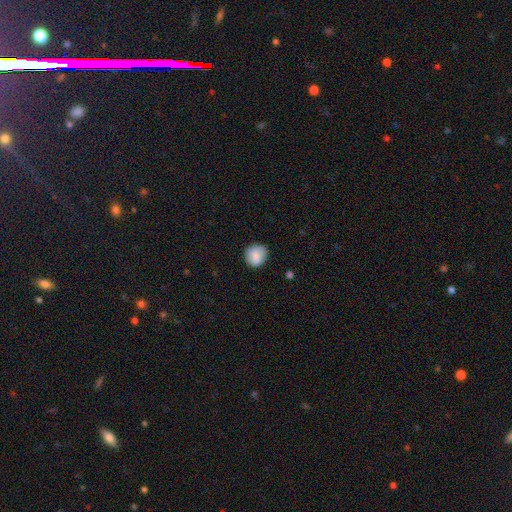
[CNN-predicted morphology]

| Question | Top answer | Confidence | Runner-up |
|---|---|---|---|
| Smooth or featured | smooth | 84% | featured or disk (8%) |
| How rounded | round | 84% | in between (15%) |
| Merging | none | 82% | minor disturbance (14%) |